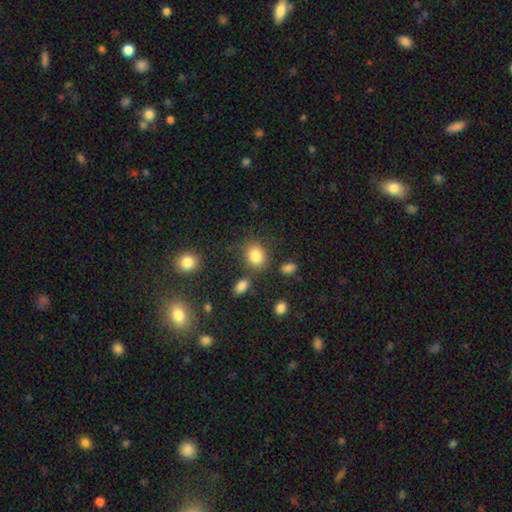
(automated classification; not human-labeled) Morphology: type=smooth (84%); roundness=round (50%); merging=none (73%).